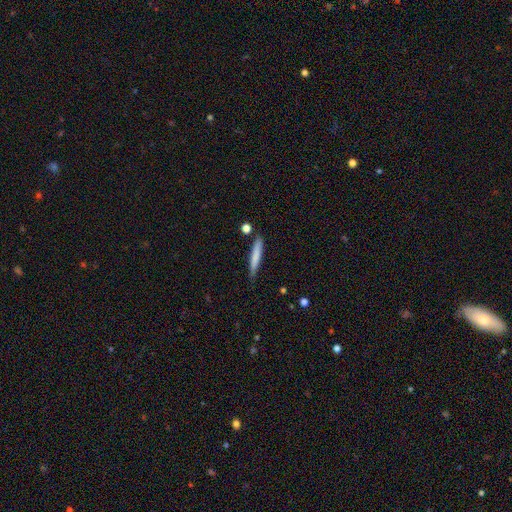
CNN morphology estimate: The model was most divided on "smooth or featured": smooth: 74%, featured or disk: 20%, star or artifact: 6%. More confident: how rounded — cigar-shaped (93%); merging — none (78%).